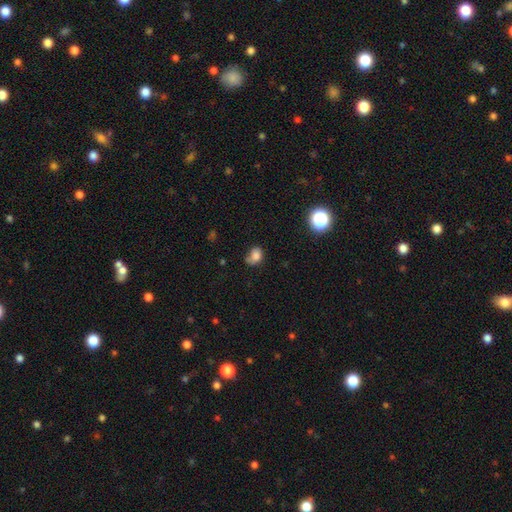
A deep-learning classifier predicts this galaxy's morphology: Smooth or featured? smooth (76%)
How rounded? in between (57%)
Merging? none (42%)